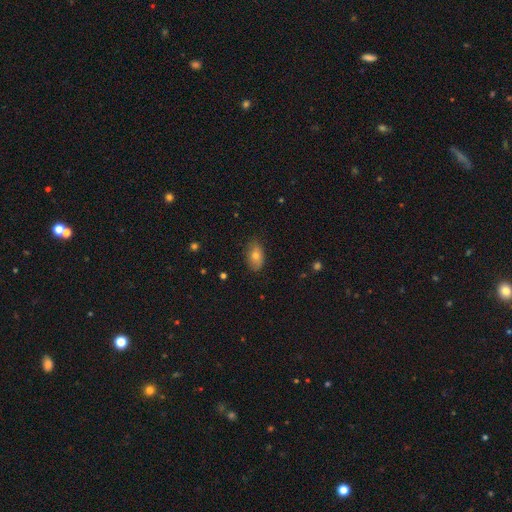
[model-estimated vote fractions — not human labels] Smooth or featured? Predicted: smooth (p=0.72). How rounded? Predicted: in between (p=0.89). Merging? Predicted: none (p=0.83).